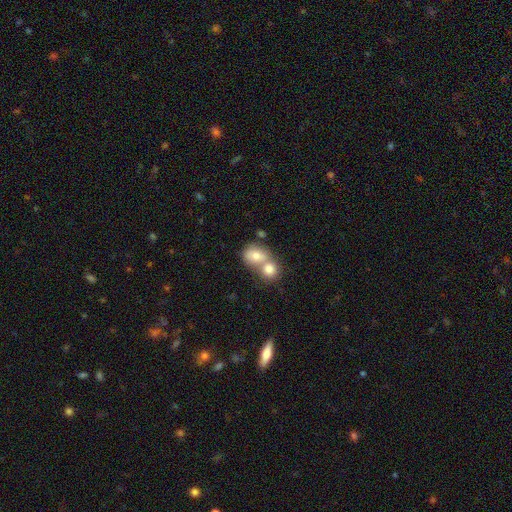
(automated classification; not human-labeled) Overall: smooth (76%). How rounded: round (59%; in between 40%). Merging: merger (63%; none 28%).